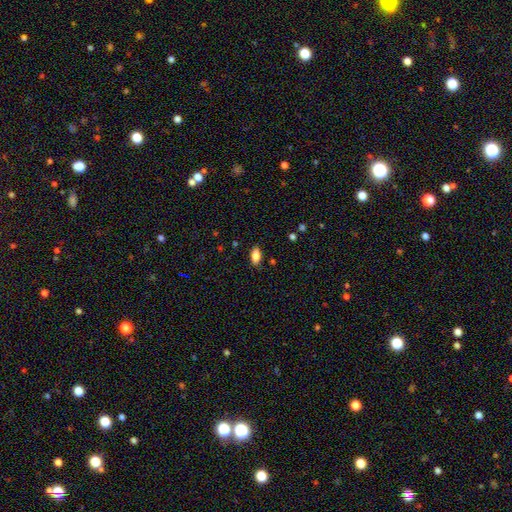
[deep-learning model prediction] Morphology: type=smooth (85%); roundness=in between (89%); merging=none (86%).